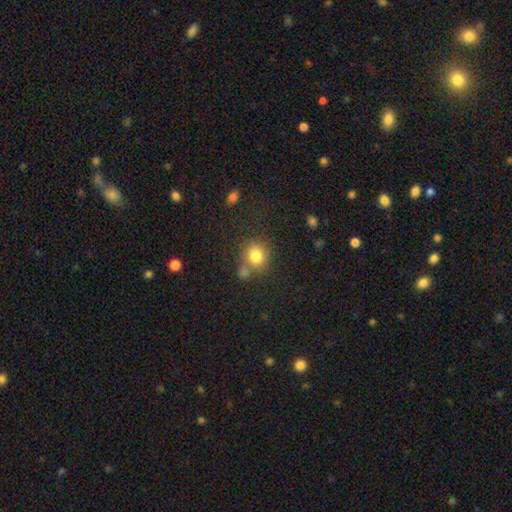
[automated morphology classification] The model was most divided on "merging": none: 59%, merger: 22%, minor disturbance: 13%, major disturbance: 5%. More confident: smooth or featured — smooth (81%); how rounded — round (80%).